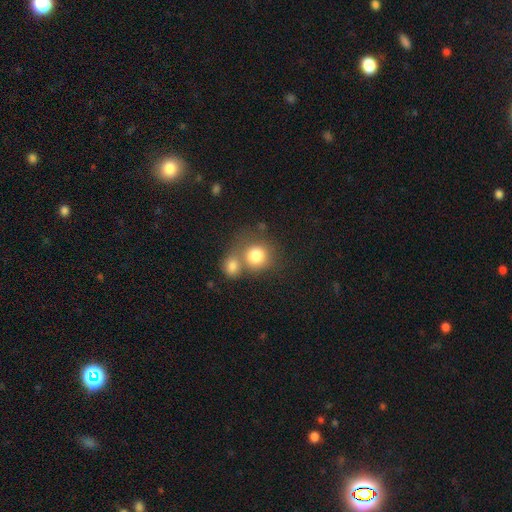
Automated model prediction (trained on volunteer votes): A smooth galaxy with no disk features (80%) that is round (85%).

Vote fractions:
- Smooth or featured? smooth: 80% / featured or disk: 11% / star or artifact: 9%
- How rounded? round: 85% / in between: 14% / cigar-shaped: 1%
- Merging? merger: 47% / none: 39% / minor disturbance: 9% / major disturbance: 5%